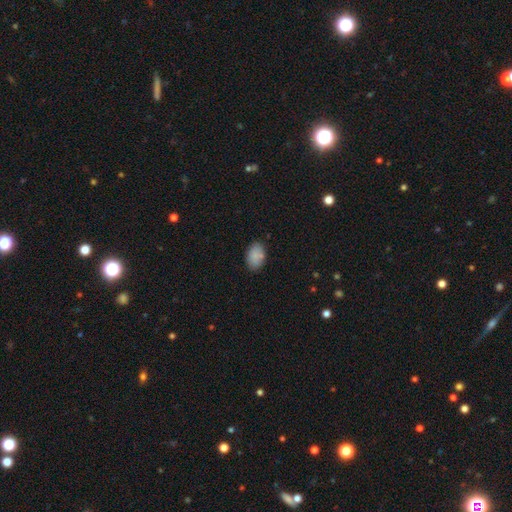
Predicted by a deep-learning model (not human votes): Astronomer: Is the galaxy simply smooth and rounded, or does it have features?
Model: smooth — 85%.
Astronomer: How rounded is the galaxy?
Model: in between — 85%.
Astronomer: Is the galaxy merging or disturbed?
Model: none — 81%.